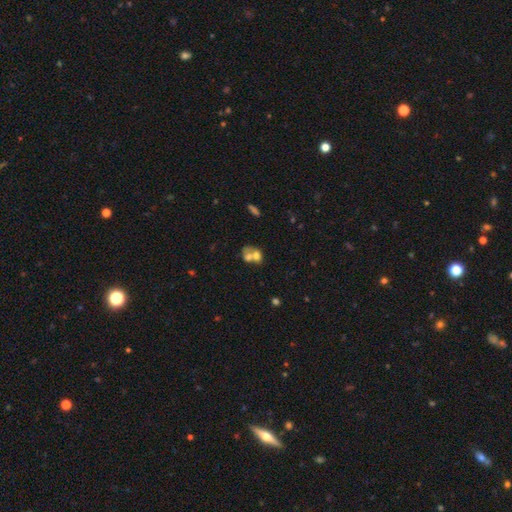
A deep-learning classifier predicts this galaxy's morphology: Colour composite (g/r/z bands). It shows a smooth galaxy with no disk features (60%) that is in between round and cigar-shaped (54%). Merging: merger (66%).